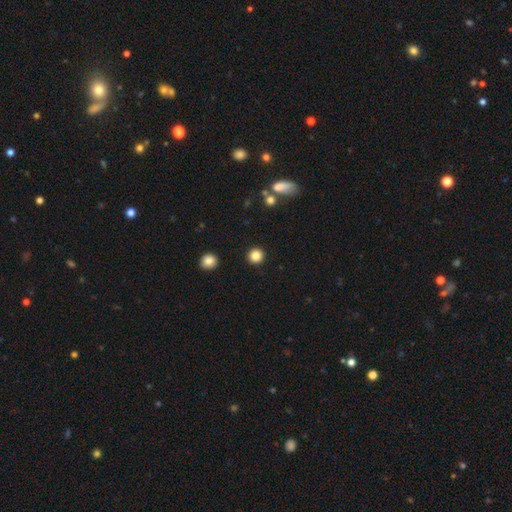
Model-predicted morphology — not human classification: smooth_or_featured: smooth (p=0.84) [alt: star or artifact p=0.11]
how_rounded: round (p=0.94) [alt: in between p=0.05]
merging: none (p=0.93) [alt: minor disturbance p=0.04]